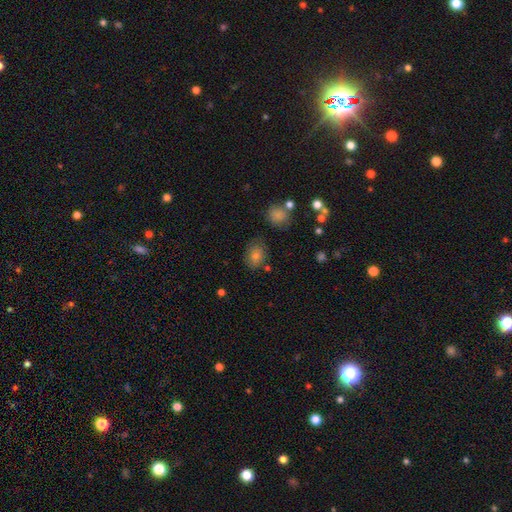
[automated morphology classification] The model was most divided on "how rounded": in between: 56%, round: 42%, cigar-shaped: 1%. More confident: merging — none (75%); smooth or featured — smooth (74%).